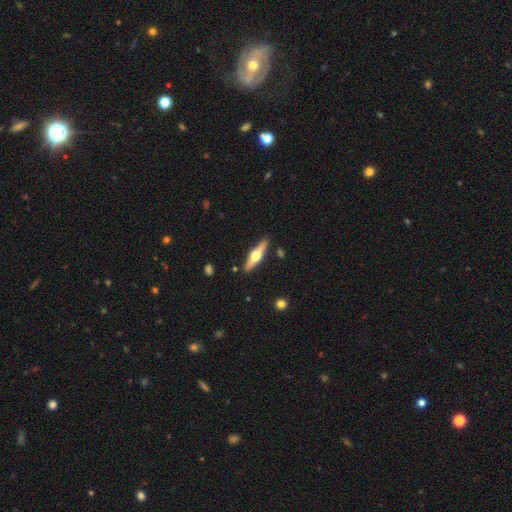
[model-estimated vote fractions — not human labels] Q: Smooth or featured?
A: featured or disk (62%); runner-up: smooth (33%)
Q: Edge-on disk?
A: yes (96%); runner-up: no (4%)
Q: Edge-on bulge?
A: rounded (96%); runner-up: boxy (2%)
Q: Merging?
A: none (89%); runner-up: minor disturbance (7%)